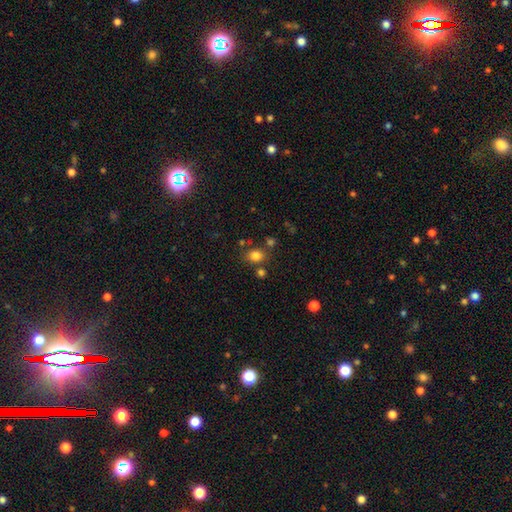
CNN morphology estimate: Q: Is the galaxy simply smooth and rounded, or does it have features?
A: smooth — 80%.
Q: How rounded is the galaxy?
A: round — 59%.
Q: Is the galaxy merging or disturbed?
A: none — 74%.